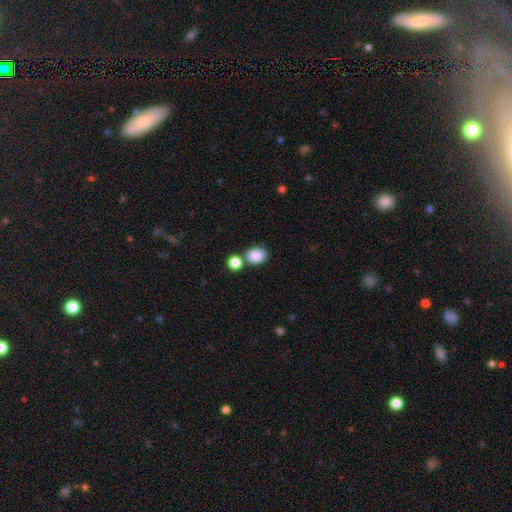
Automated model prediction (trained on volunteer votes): Q: Smooth or featured?
A: smooth (87%); runner-up: star or artifact (8%)
Q: How rounded?
A: in between (57%); runner-up: round (42%)
Q: Merging?
A: none (64%); runner-up: merger (21%)